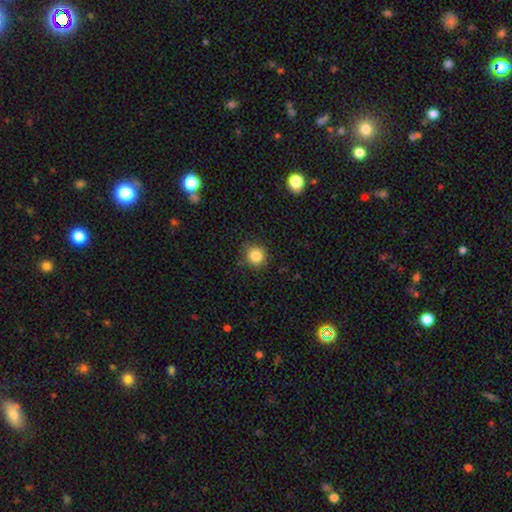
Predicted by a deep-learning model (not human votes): This is clearly a smooth galaxy (83%). How rounded: clearly round (91%). Merging: clearly none (85%).